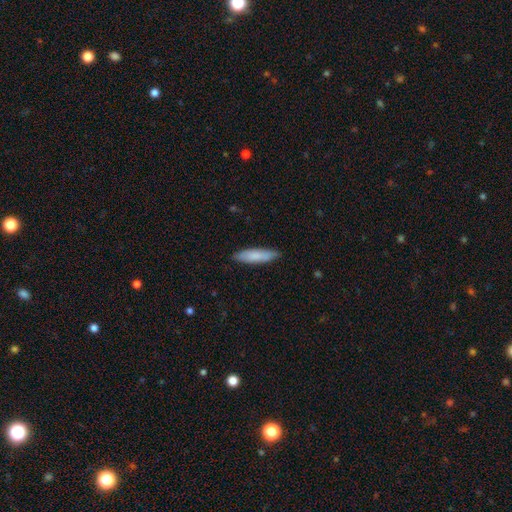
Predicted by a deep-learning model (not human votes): A smooth galaxy with no disk features (82%) that is cigar-shaped (66%). Merging: none (86%).